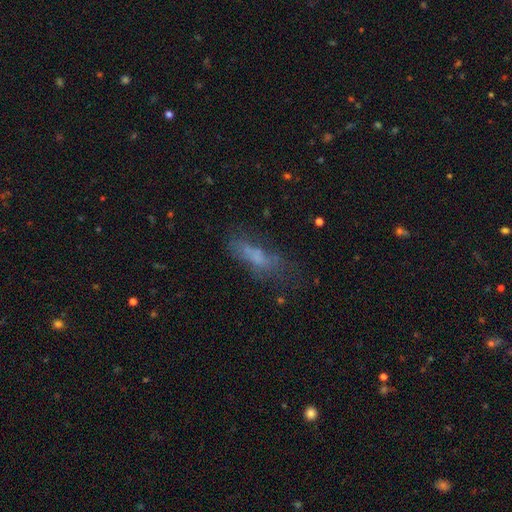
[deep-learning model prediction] This appears to be a smooth galaxy with no disk features (55%) that is in between round and cigar-shaped (50%). Merging: none (46%).